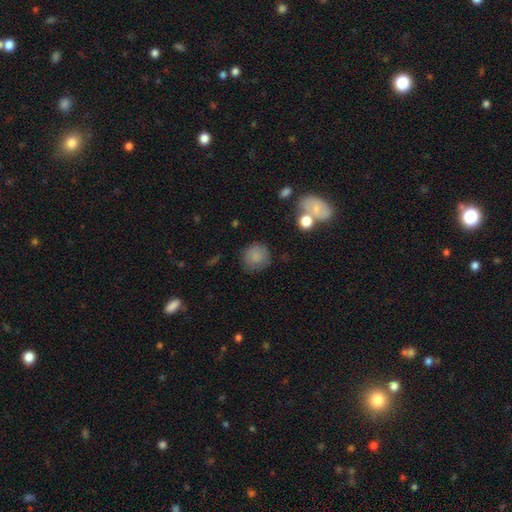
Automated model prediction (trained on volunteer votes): Smooth or featured? smooth (82%)
How rounded? round (89%)
Merging? none (80%)